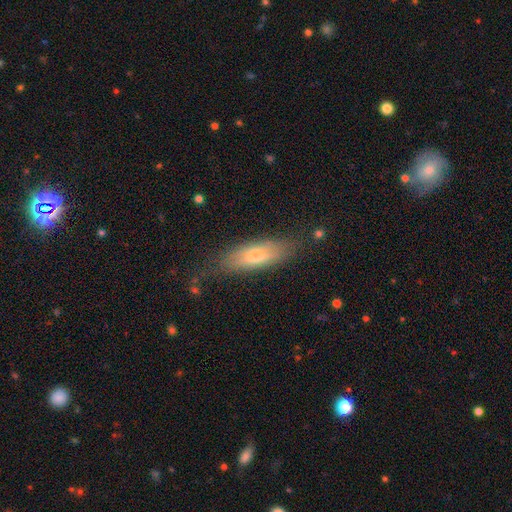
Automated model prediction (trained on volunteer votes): smooth_or_featured: smooth (p=0.57) [alt: featured or disk p=0.36]
how_rounded: cigar-shaped (p=0.55) [alt: in between p=0.43]
merging: none (p=0.73) [alt: minor disturbance p=0.19]